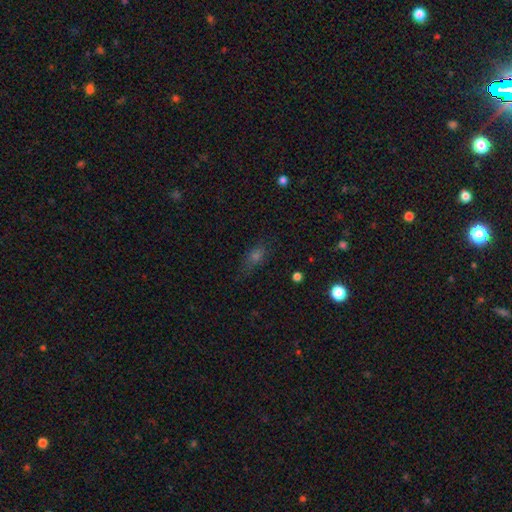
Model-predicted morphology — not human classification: This is possibly a smooth galaxy (55%). How rounded: likely in between (65%). Merging: likely none (73%).